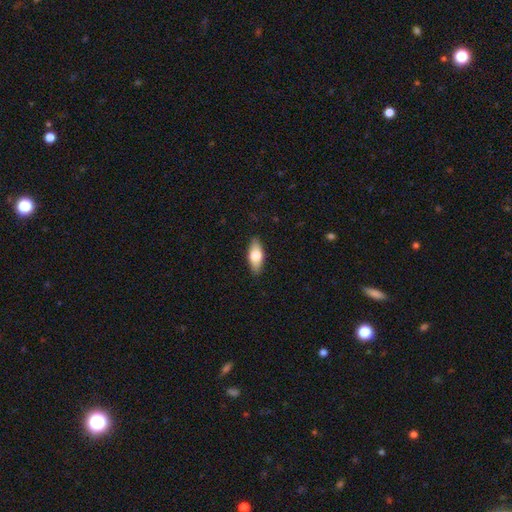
Q: Smooth or featured?
A: smooth (82%); runner-up: featured or disk (13%)
Q: How rounded?
A: in between (61%); runner-up: cigar-shaped (35%)
Q: Merging?
A: none (92%); runner-up: minor disturbance (8%)